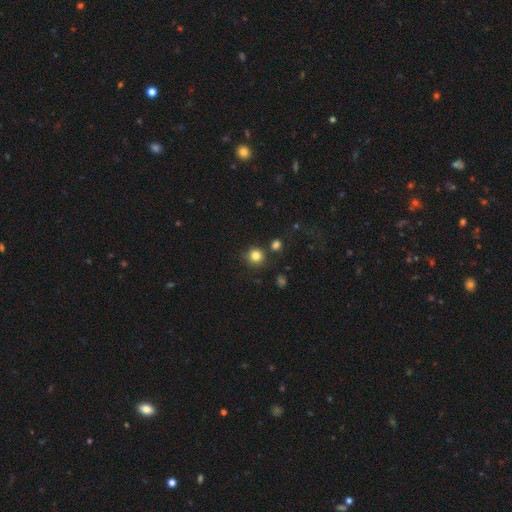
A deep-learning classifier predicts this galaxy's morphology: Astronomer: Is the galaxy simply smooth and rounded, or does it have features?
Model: smooth — 82%.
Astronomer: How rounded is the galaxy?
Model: round — 92%.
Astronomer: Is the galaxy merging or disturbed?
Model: none — 81%.